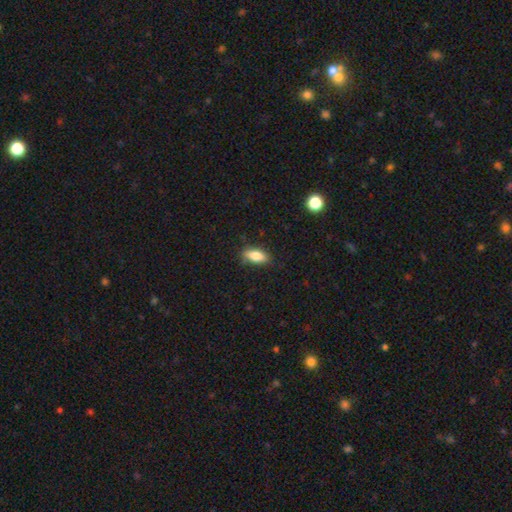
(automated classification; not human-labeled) smooth-or-featured: smooth: 81% | featured or disk: 12% | star or artifact: 8%
  how-rounded: in between: 82% | cigar-shaped: 14% | round: 3%
  merging: none: 82% | minor disturbance: 14% | major disturbance: 3% | merger: 1%